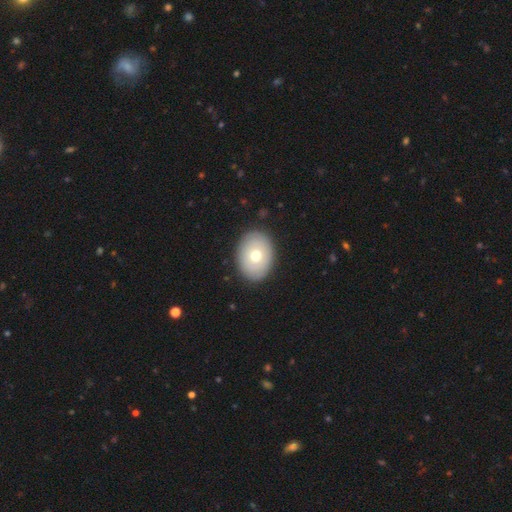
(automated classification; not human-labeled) Smooth or featured? Predicted: smooth (p=0.70). How rounded? Predicted: in between (p=0.64). Merging? Predicted: none (p=0.88).